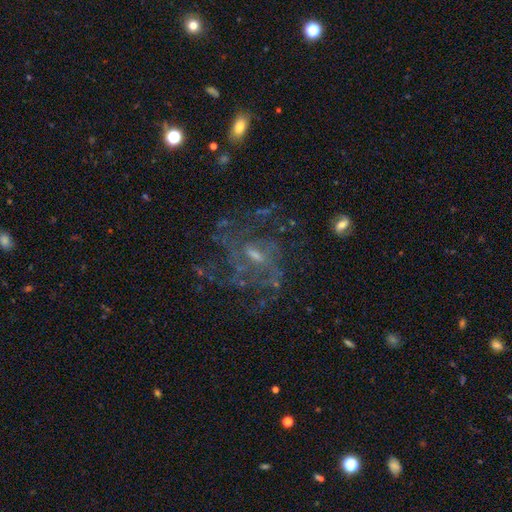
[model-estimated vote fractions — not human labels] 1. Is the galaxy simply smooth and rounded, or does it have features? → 79% featured or disk, 12% star or artifact, 9% smooth.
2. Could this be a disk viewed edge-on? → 97% no, 3% yes.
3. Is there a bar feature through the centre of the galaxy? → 54% weak, 34% no, 12% strong.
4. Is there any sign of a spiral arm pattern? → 84% yes, 16% no.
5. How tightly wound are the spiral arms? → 44% medium, 33% tight, 23% loose.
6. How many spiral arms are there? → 44% can't tell, 16% 3, 15% 4, 12% 2, 7% more than 4, 6% 1.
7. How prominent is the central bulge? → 48% small, 37% moderate, 12% none, 3% large, 1% dominant.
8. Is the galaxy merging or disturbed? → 58% none, 22% major disturbance, 17% minor disturbance, 3% merger.